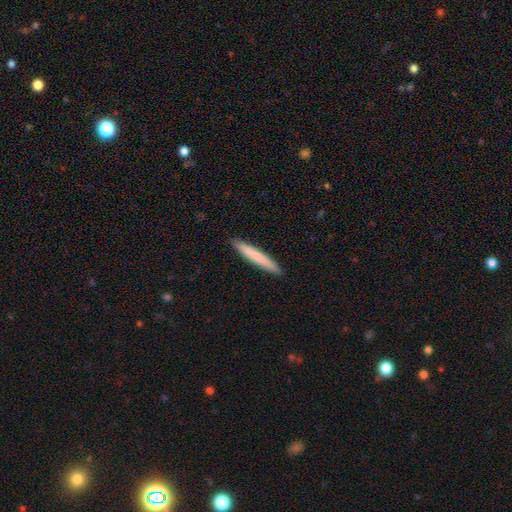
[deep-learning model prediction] A smooth galaxy with no disk features (76%) that is cigar-shaped (96%). Merging: none (92%).